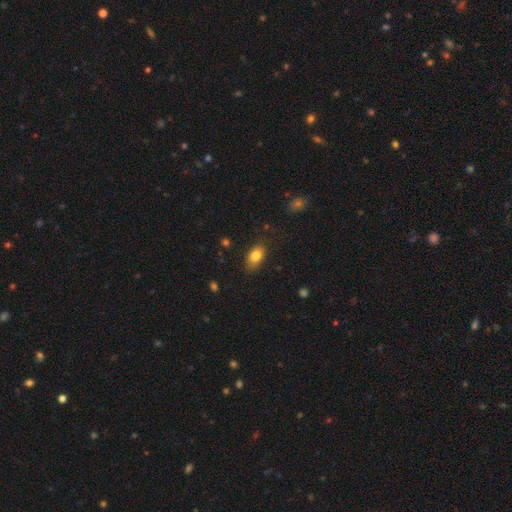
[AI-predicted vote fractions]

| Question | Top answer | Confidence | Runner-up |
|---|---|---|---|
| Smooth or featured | smooth | 82% | featured or disk (10%) |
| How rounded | in between | 86% | round (11%) |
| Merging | none | 80% | minor disturbance (15%) |